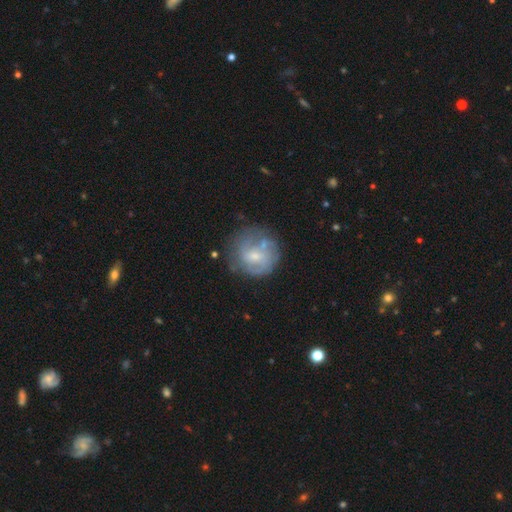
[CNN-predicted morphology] Smooth or featured?
  - featured or disk: 56% *
  - smooth: 35%
  - star or artifact: 8%
Edge-on disk?
  - no: 97% *
  - yes: 3%
Bar?
  - no: 52% *
  - weak: 40%
  - strong: 7%
Spiral arms?
  - yes: 61% *
  - no: 39%
Bulge size?
  - small: 59% *
  - moderate: 32%
  - none: 6%
  - large: 2%
  - dominant: 1%
Merging?
  - none: 61% *
  - minor disturbance: 21%
  - major disturbance: 12%
  - merger: 6%